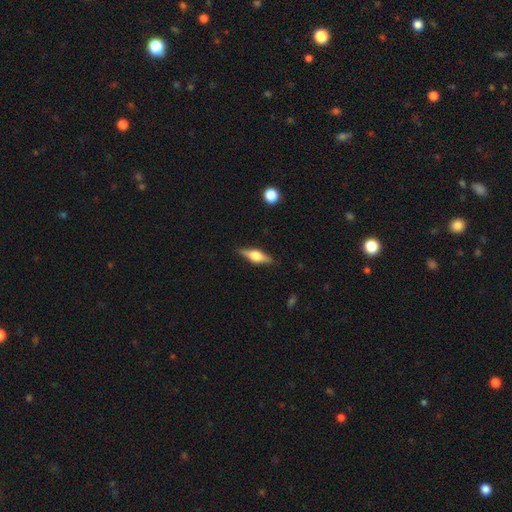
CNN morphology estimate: Q: Smooth or featured?
A: featured or disk (67%); runner-up: smooth (27%)
Q: Edge-on disk?
A: yes (97%); runner-up: no (3%)
Q: Edge-on bulge?
A: rounded (91%); runner-up: boxy (8%)
Q: Merging?
A: none (87%); runner-up: minor disturbance (9%)